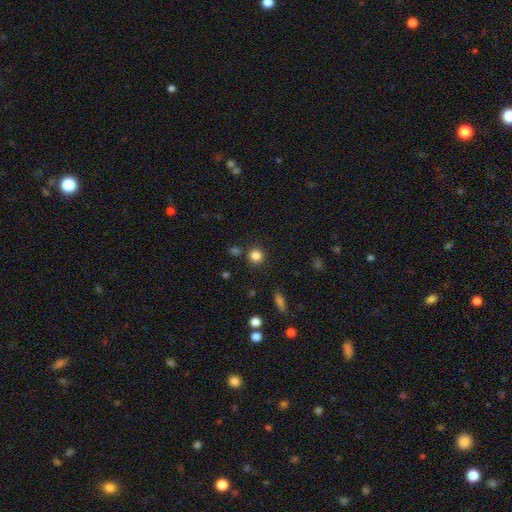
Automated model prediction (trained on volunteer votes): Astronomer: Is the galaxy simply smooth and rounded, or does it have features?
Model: smooth — 83%.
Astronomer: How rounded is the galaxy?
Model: round — 93%.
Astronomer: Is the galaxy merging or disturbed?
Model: none — 86%.